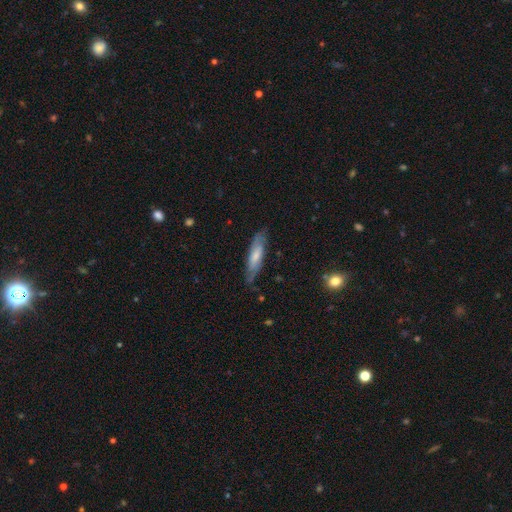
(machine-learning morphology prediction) Smooth or featured? Predicted: smooth (p=0.49). Merging? Predicted: none (p=0.75).